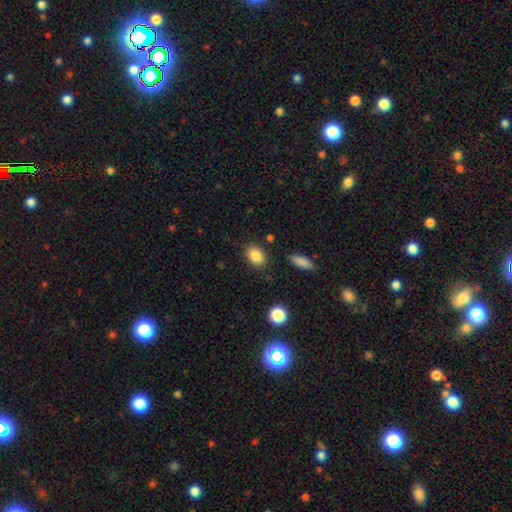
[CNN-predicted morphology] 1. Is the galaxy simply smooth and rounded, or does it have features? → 85% smooth, 9% star or artifact, 6% featured or disk.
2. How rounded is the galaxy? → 75% in between, 23% round, 1% cigar-shaped.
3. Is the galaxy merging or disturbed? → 83% none, 11% minor disturbance, 3% major disturbance, 3% merger.